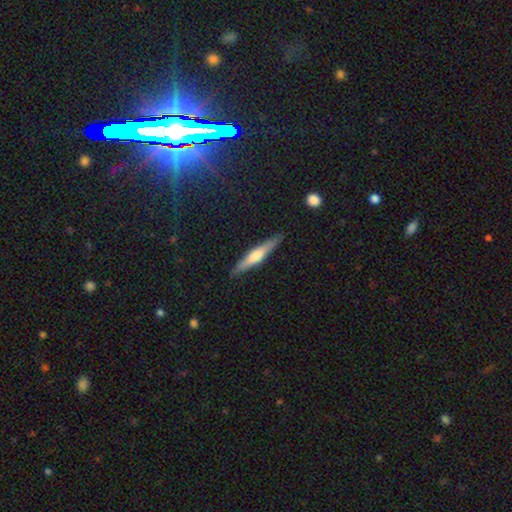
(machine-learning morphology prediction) type=featured or disk (55%); edge-on=yes (96%); edge-on bulge=rounded (72%); merging=none (90%).